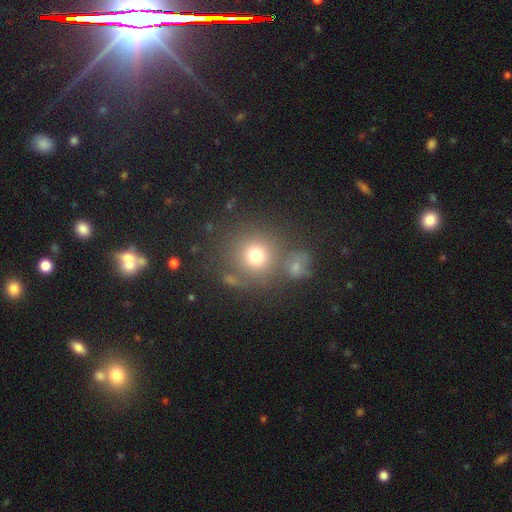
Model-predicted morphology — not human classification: smooth-or-featured: smooth: 74% | star or artifact: 15% | featured or disk: 11%
  how-rounded: round: 90% | in between: 9% | cigar-shaped: 1%
  merging: none: 66% | merger: 18% | minor disturbance: 10% | major disturbance: 5%